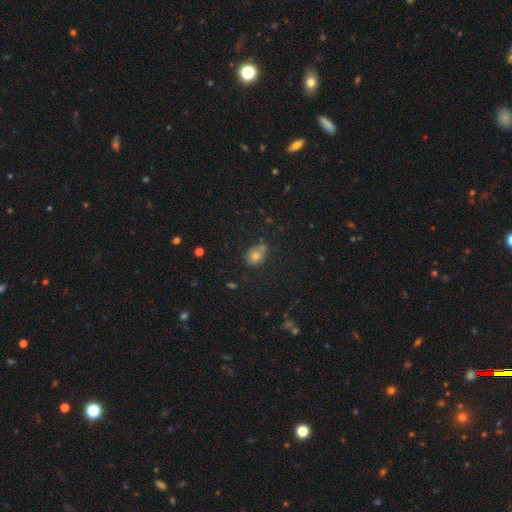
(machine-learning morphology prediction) Q: Smooth or featured?
A: smooth (68%); runner-up: star or artifact (19%)
Q: How rounded?
A: in between (53%); runner-up: round (46%)
Q: Merging?
A: none (60%); runner-up: minor disturbance (23%)